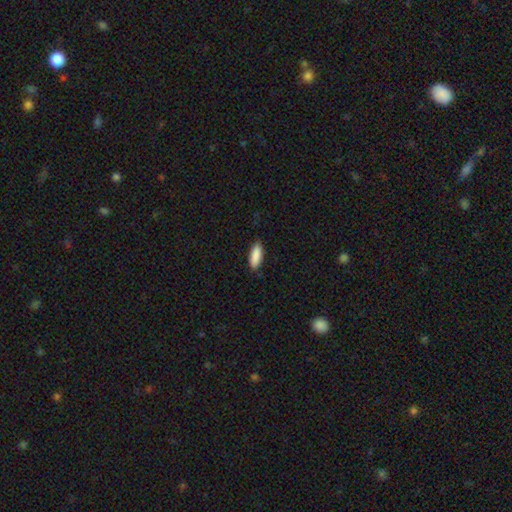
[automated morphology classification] This appears to be a smooth galaxy with no disk features (90%) that is in between round and cigar-shaped (70%). Merging: none (85%).